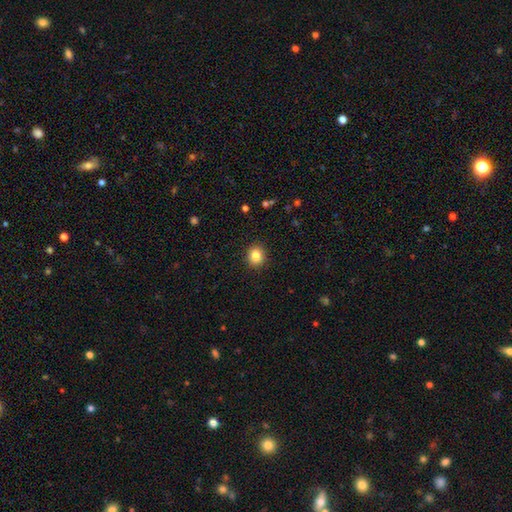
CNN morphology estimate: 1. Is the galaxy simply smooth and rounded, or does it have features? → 84% smooth, 10% star or artifact, 6% featured or disk.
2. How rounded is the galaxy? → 78% round, 21% in between, 1% cigar-shaped.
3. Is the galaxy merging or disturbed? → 91% none, 6% minor disturbance, 2% major disturbance, 1% merger.